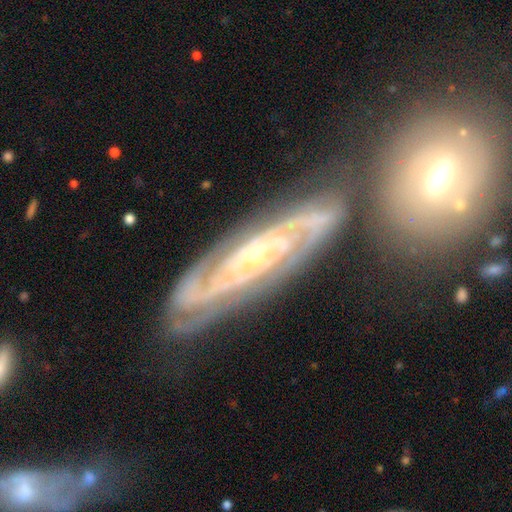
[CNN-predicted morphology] This appears to be a featured or disk galaxy (89%) with no bar (61%), 2 (41%) tight (71%) spiral arms (96%) and a small central bulge (68%). Merging: none (66%).